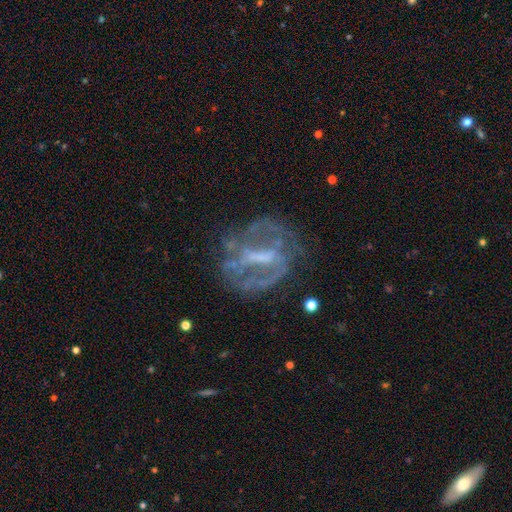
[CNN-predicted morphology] smooth_or_featured: featured or disk (p=0.75) [alt: smooth p=0.13]
disk_edge_on: no (p=0.93) [alt: yes p=0.07]
bar: strong (p=0.48) [alt: weak p=0.35]
has_spiral_arms: yes (p=0.59) [alt: no p=0.41]
bulge_size: small (p=0.34) [alt: none p=0.33]
merging: none (p=0.63) [alt: minor disturbance p=0.17]